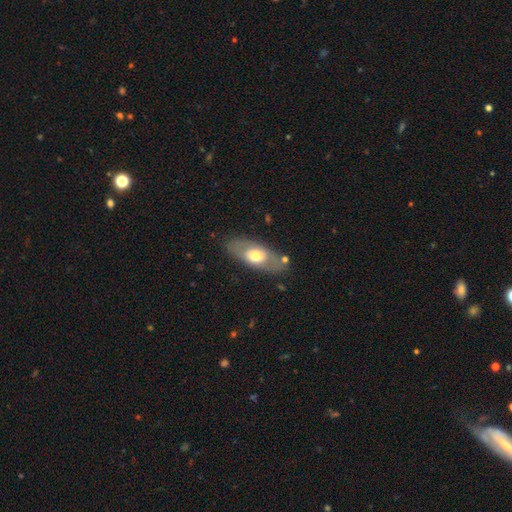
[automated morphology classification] Smooth or featured?
  - smooth: 56% *
  - featured or disk: 38%
  - star or artifact: 6%
How rounded?
  - in between: 84% *
  - cigar-shaped: 11%
  - round: 5%
Merging?
  - none: 79% *
  - minor disturbance: 13%
  - major disturbance: 5%
  - merger: 3%